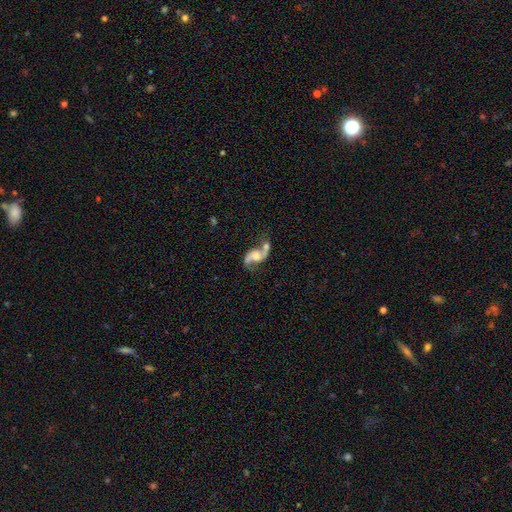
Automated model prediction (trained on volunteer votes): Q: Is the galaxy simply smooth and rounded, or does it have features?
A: featured or disk — 82%.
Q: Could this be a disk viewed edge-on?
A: no — 97%.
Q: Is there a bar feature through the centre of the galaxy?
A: no — 57%.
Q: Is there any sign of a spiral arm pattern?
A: yes — 94%.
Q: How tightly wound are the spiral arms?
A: loose — 69%.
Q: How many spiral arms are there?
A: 2 — 90%.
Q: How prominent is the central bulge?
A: moderate — 38%.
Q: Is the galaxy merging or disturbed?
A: merger — 38%.